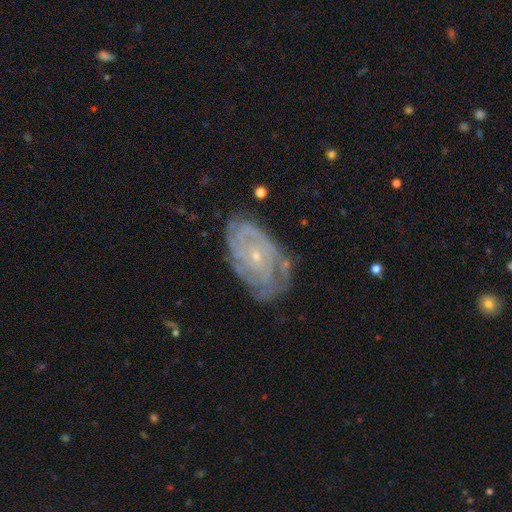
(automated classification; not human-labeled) The model was most divided on "spiral arm count": can't tell: 42%, 2: 15%, 4: 15%, 3: 14%, more than 4: 8%, 1: 6%. More confident: edge-on disk — no (95%); spiral arms — yes (92%); bulge size — small (84%); smooth or featured — featured or disk (81%); bar — no (78%); spiral winding — tight (76%); merging — none (70%).